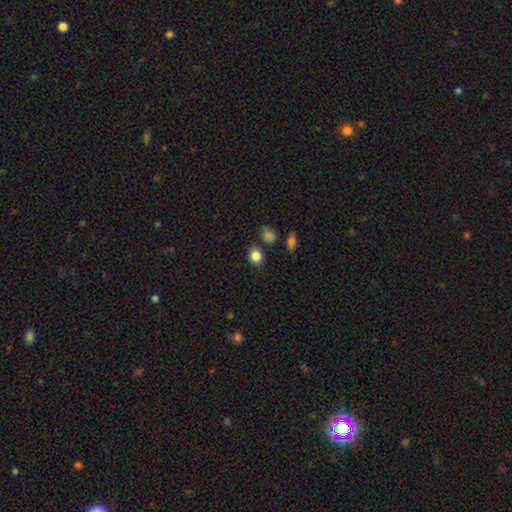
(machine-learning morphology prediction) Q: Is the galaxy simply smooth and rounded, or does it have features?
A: smooth — 84%.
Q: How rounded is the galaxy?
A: round — 59%.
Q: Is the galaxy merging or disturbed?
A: none — 80%.